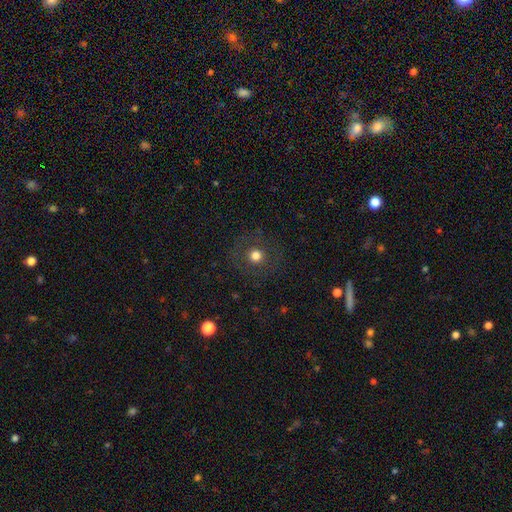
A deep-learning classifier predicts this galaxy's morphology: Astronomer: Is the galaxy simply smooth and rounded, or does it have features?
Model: smooth — 72%.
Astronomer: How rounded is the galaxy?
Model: round — 93%.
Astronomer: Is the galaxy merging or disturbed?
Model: none — 87%.